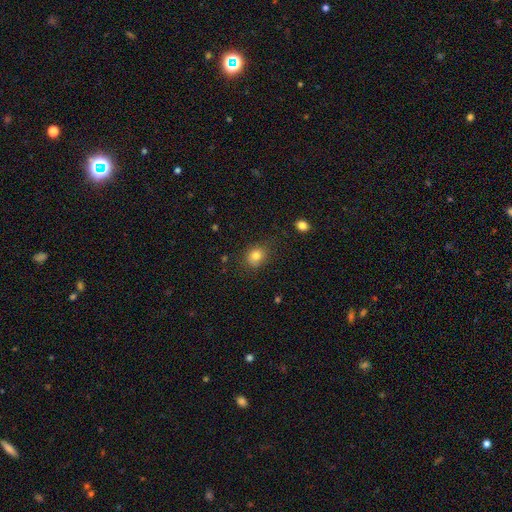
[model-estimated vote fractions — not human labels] Overall: smooth (82%). How rounded: round (57%; in between 42%). Merging: none (76%).